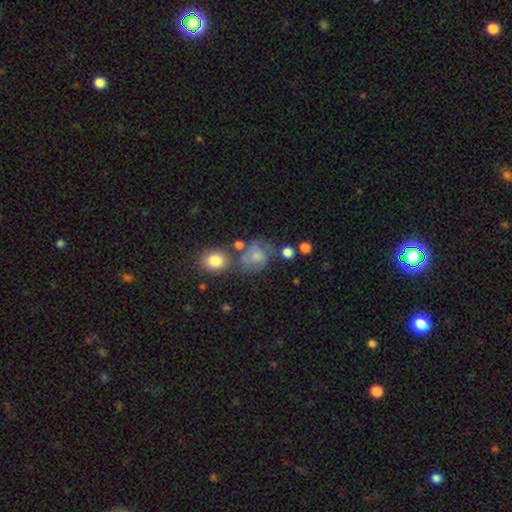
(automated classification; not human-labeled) Smooth or featured? smooth (64%)
How rounded? round (64%)
Merging? none (44%)